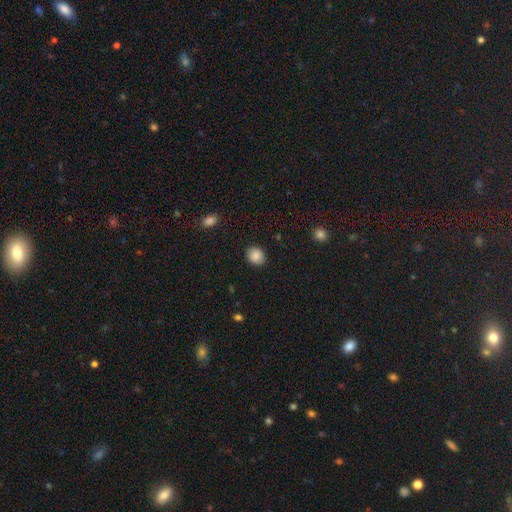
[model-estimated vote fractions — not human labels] Morphology: type=smooth (88%); roundness=round (70%); merging=none (89%).